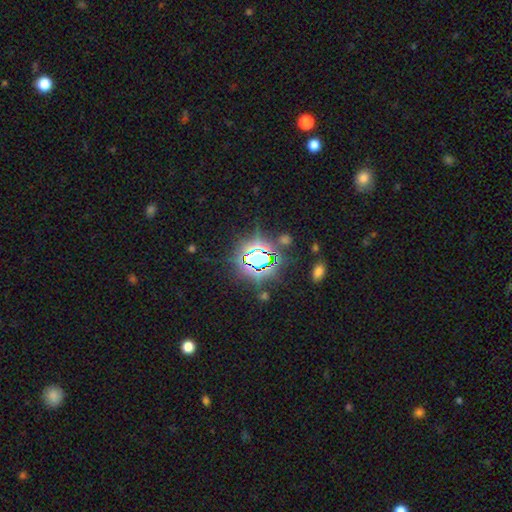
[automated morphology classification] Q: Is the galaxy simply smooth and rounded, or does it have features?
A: star or artifact — 81%.